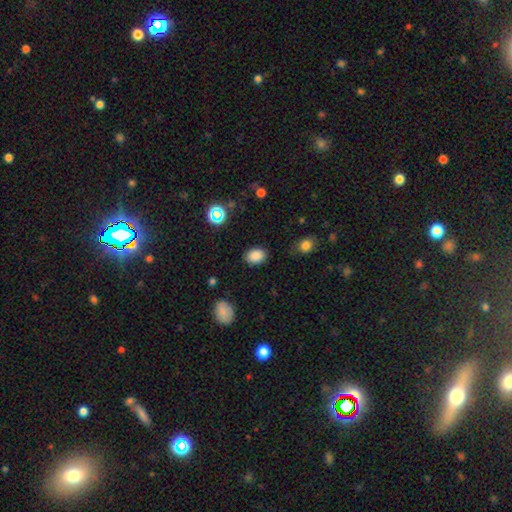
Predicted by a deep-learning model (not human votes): smooth-or-featured: smooth: 85% | star or artifact: 11% | featured or disk: 4%
  how-rounded: in between: 77% | round: 22% | cigar-shaped: 1%
  merging: none: 85% | minor disturbance: 11% | major disturbance: 3% | merger: 1%